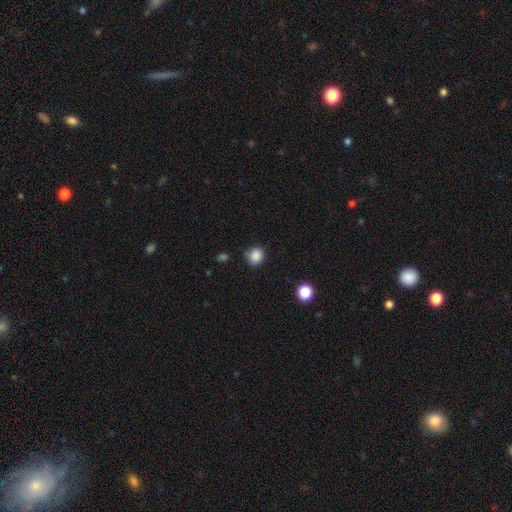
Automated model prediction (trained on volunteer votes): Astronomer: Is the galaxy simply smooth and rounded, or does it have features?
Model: smooth — 86%.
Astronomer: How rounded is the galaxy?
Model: round — 77%.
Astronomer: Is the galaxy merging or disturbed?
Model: none — 74%.